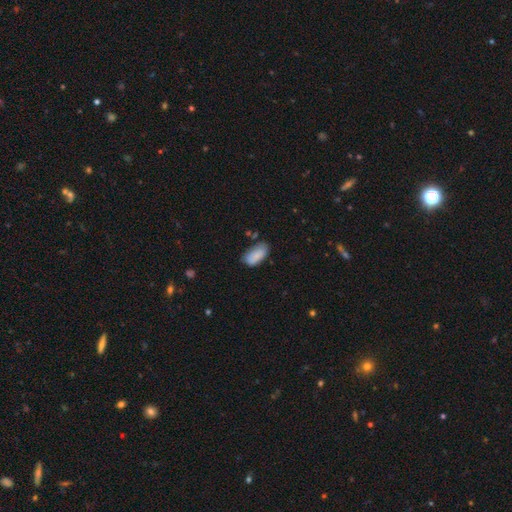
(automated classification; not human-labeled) A smooth galaxy with no disk features (86%) that is in between round and cigar-shaped (93%). Merging: none (67%).